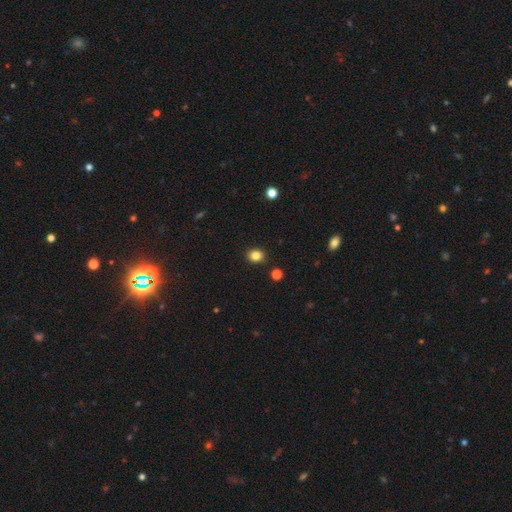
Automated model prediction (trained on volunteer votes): Smooth or featured? Predicted: smooth (p=0.83). How rounded? Predicted: round (p=0.64). Merging? Predicted: none (p=0.90).